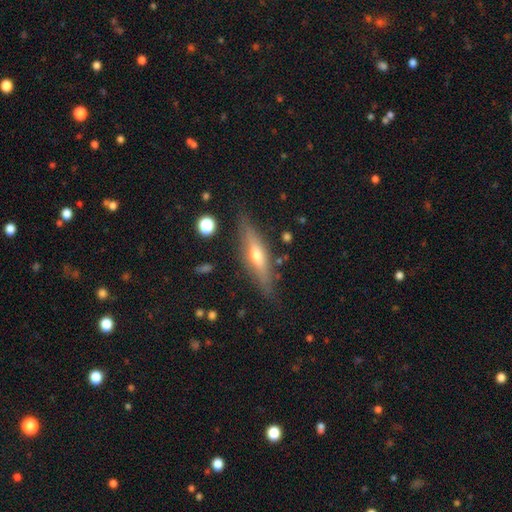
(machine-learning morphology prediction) Smooth or featured? featured or disk (65%)
Edge-on disk? yes (92%)
Edge-on bulge? rounded (86%)
Merging? none (84%)